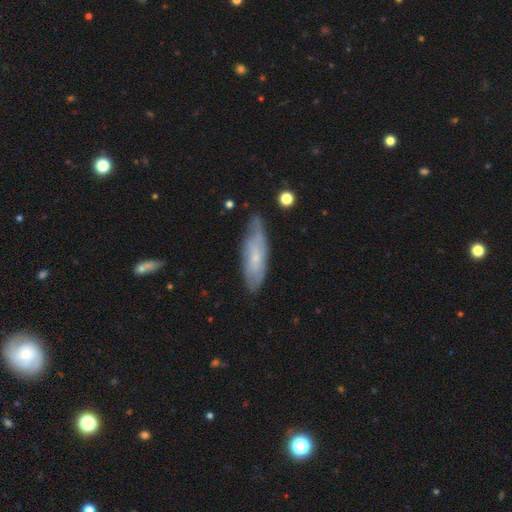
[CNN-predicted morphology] Q: Smooth or featured?
A: featured or disk (47%); runner-up: smooth (46%)
Q: Merging?
A: none (66%); runner-up: minor disturbance (26%)